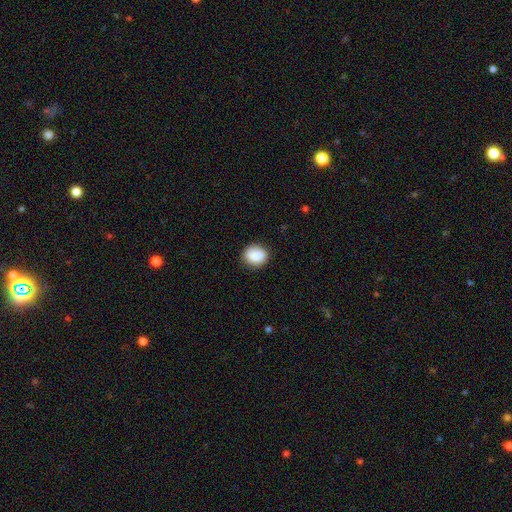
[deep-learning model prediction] smooth_or_featured: smooth (p=0.82) [alt: featured or disk p=0.10]
how_rounded: round (p=0.70) [alt: in between p=0.29]
merging: none (p=0.84) [alt: minor disturbance p=0.12]